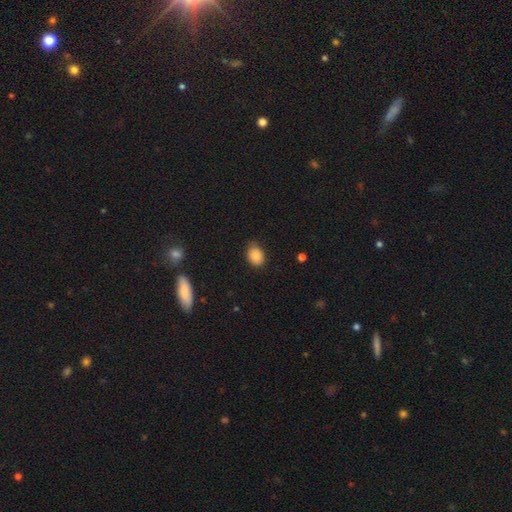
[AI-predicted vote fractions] A smooth galaxy with no disk features (85%) that is in between round and cigar-shaped (66%). Merging: none (79%).